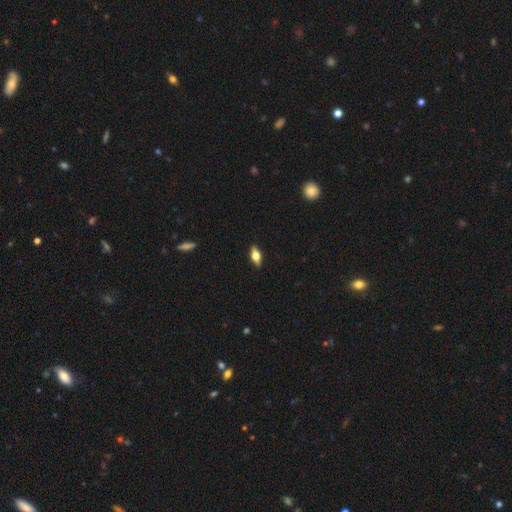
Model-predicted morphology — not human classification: smooth 50%, featured or disk 42%, star or artifact 8%. Down the decision tree: how rounded — in between (73%); merging — none (89%).